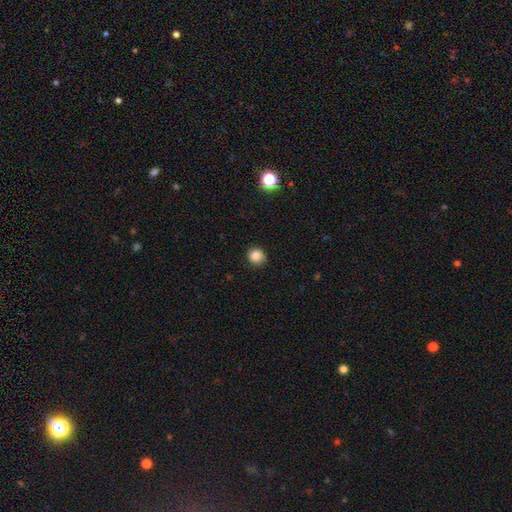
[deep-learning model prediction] A smooth galaxy with no disk features (85%) that is round (89%). Merging: none (84%).